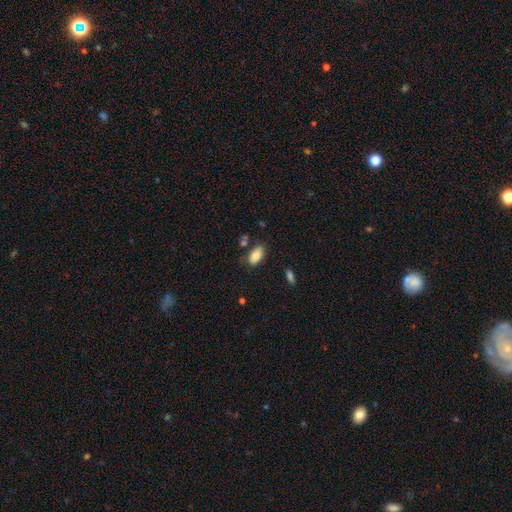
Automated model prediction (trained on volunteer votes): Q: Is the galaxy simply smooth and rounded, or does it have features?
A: smooth — 85%.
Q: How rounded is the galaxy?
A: in between — 93%.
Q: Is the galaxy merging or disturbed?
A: none — 73%.